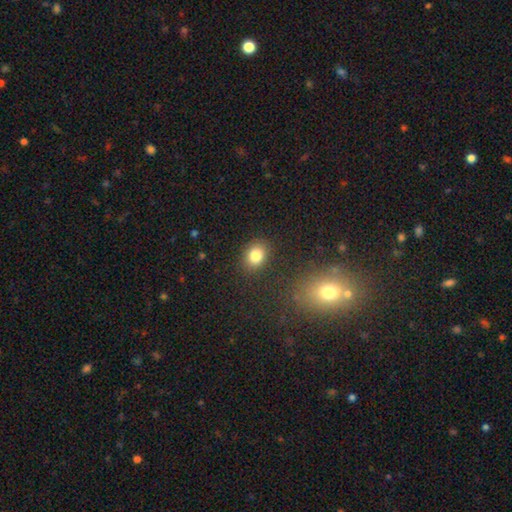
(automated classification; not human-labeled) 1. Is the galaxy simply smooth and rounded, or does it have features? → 83% smooth, 10% star or artifact, 7% featured or disk.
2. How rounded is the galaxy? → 54% in between, 45% round, 1% cigar-shaped.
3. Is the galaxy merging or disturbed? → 87% none, 9% minor disturbance, 3% major disturbance, 2% merger.